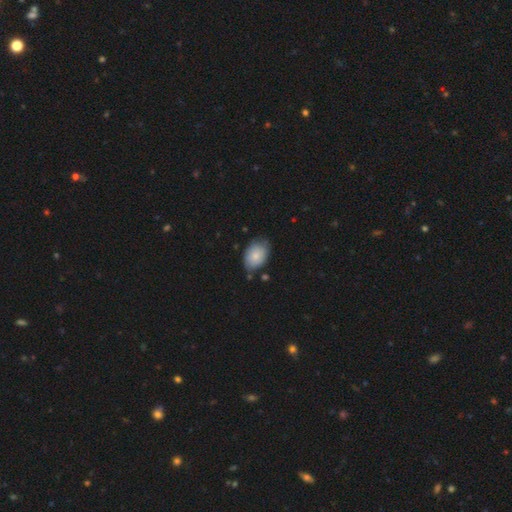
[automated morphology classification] smooth-or-featured: smooth: 80% | featured or disk: 13% | star or artifact: 6%
  how-rounded: in between: 85% | round: 14% | cigar-shaped: 1%
  merging: none: 66% | minor disturbance: 26% | major disturbance: 5% | merger: 3%